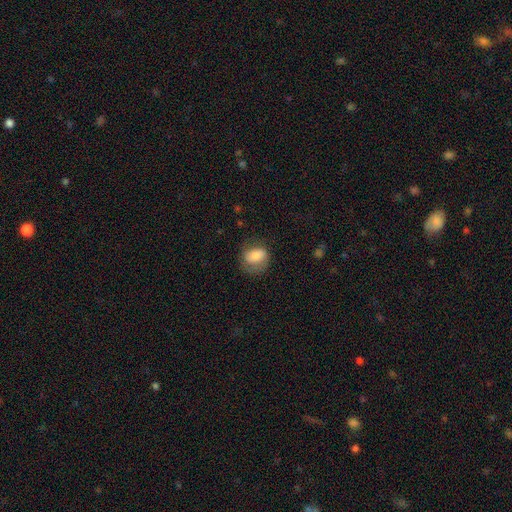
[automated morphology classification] smooth-or-featured: smooth: 70% | featured or disk: 22% | star or artifact: 8%
  how-rounded: in between: 61% | round: 37% | cigar-shaped: 1%
  merging: none: 55% | minor disturbance: 26% | major disturbance: 18% | merger: 1%